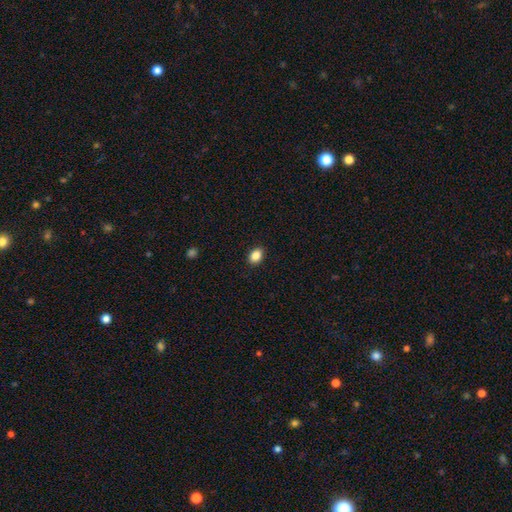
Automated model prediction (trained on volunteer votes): smooth_or_featured: smooth (p=0.87) [alt: star or artifact p=0.09]
how_rounded: in between (p=0.75) [alt: round p=0.24]
merging: none (p=0.90) [alt: minor disturbance p=0.07]